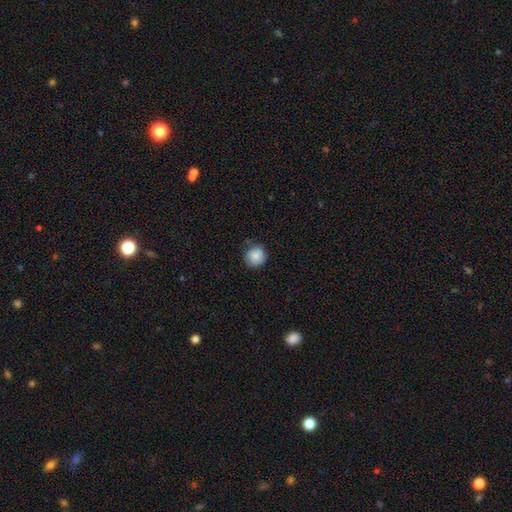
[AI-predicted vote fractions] The model was most divided on "merging": none: 81%, minor disturbance: 15%, major disturbance: 3%, merger: 2%. More confident: how rounded — round (91%); smooth or featured — smooth (86%).